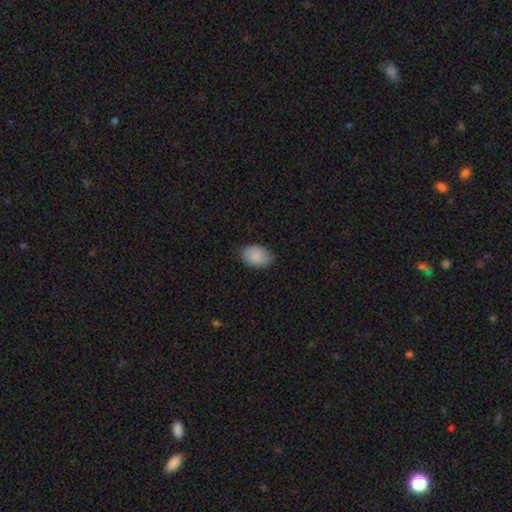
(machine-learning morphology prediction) Smooth or featured? Predicted: smooth (p=0.89). How rounded? Predicted: in between (p=0.87). Merging? Predicted: none (p=0.80).